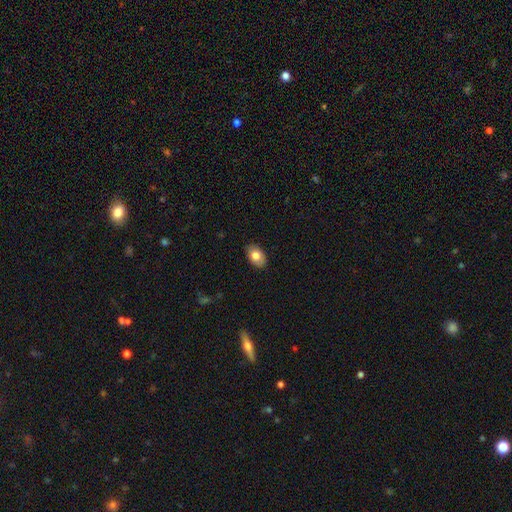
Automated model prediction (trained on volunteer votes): This appears to be a smooth galaxy with no disk features (79%) that is in between round and cigar-shaped (89%). Merging: none (87%).